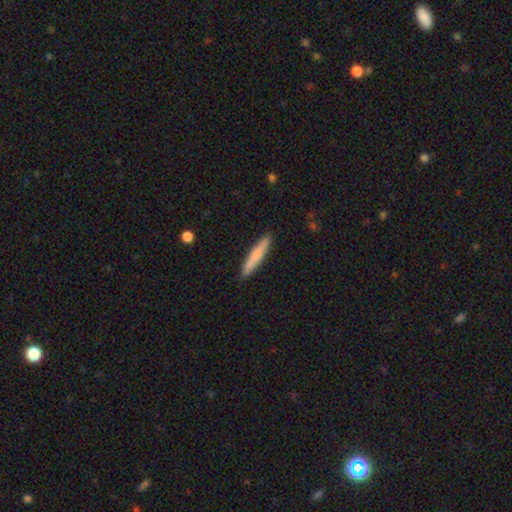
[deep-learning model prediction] A smooth galaxy with no disk features (76%) that is cigar-shaped (94%). Merging: none (91%).